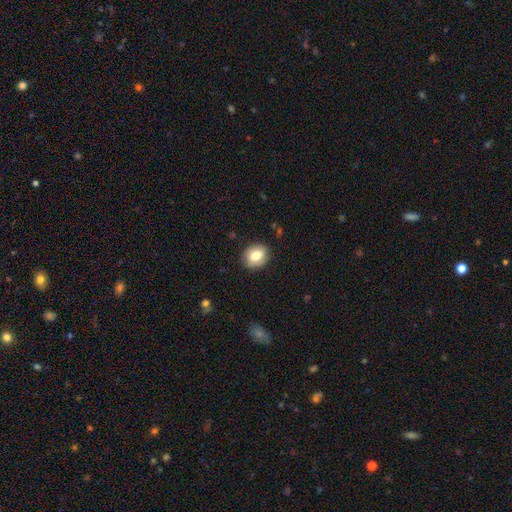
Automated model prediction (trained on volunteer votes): A smooth galaxy with no disk features (80%) that is round (53%). Merging: none (86%).